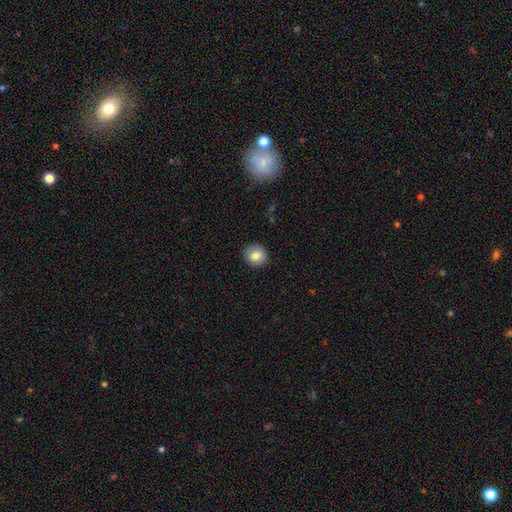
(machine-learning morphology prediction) Q: Smooth or featured?
A: smooth (83%); runner-up: star or artifact (9%)
Q: How rounded?
A: round (86%); runner-up: in between (13%)
Q: Merging?
A: none (90%); runner-up: minor disturbance (7%)